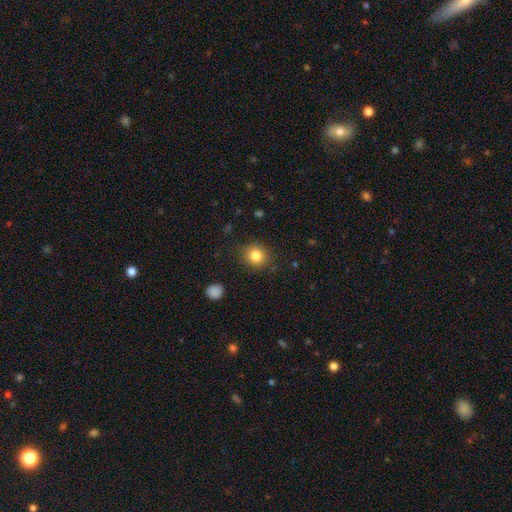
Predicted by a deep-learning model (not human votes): A smooth galaxy with no disk features (83%) that is round (88%).

Vote fractions:
- Smooth or featured? smooth: 83% / star or artifact: 11% / featured or disk: 6%
- How rounded? round: 88% / in between: 12% / cigar-shaped: 1%
- Merging? none: 88% / minor disturbance: 8% / major disturbance: 3% / merger: 1%